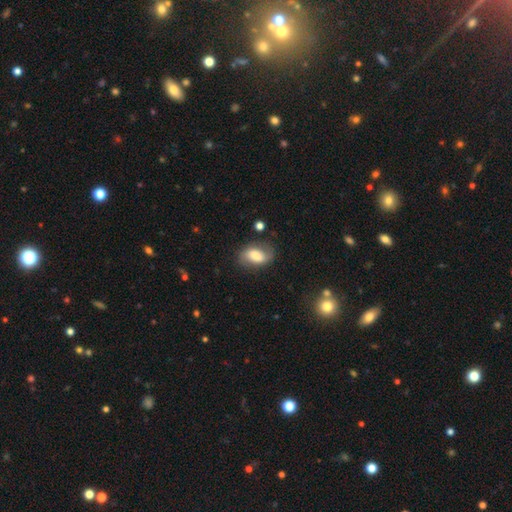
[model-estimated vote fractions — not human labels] smooth 64%, featured or disk 28%, star or artifact 8%. Down the decision tree: how rounded — in between (86%); merging — none (71%).